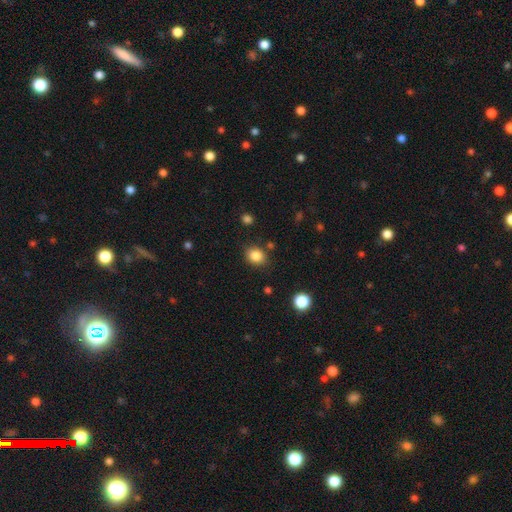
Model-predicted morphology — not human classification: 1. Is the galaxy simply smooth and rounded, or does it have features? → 85% smooth, 10% star or artifact, 5% featured or disk.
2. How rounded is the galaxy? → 58% round, 42% in between, 1% cigar-shaped.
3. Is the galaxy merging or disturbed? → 83% none, 11% minor disturbance, 3% merger, 3% major disturbance.